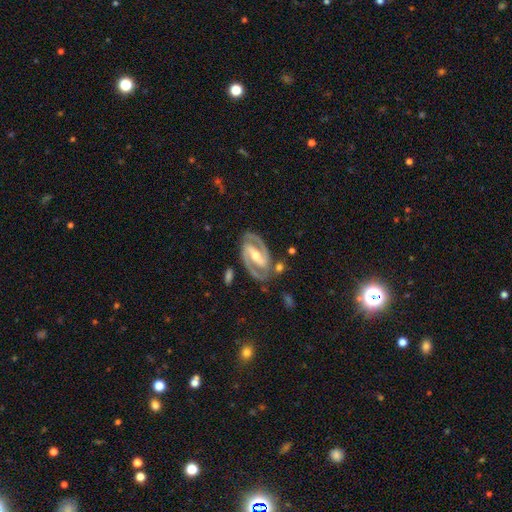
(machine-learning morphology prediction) The model was most divided on "spiral winding": medium: 49%, tight: 44%, loose: 7%. More confident: spiral arms — yes (98%); edge-on disk — no (97%); spiral arm count — 2 (94%); smooth or featured — featured or disk (92%); merging — none (83%); bar — strong (64%); bulge size — moderate (60%).